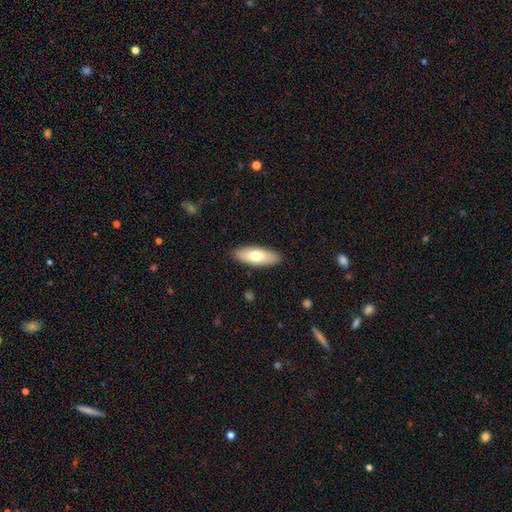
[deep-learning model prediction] This appears to be a smooth galaxy with no disk features (72%) that is in between round and cigar-shaped (72%). Merging: none (88%).